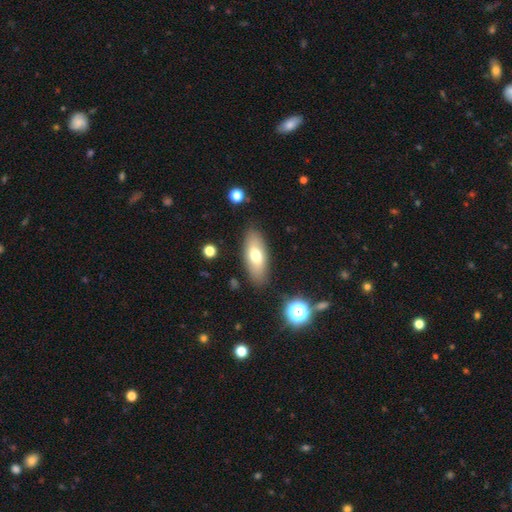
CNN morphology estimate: smooth_or_featured: smooth (p=0.67) [alt: featured or disk p=0.25]
how_rounded: in between (p=0.78) [alt: cigar-shaped p=0.19]
merging: none (p=0.85) [alt: minor disturbance p=0.10]